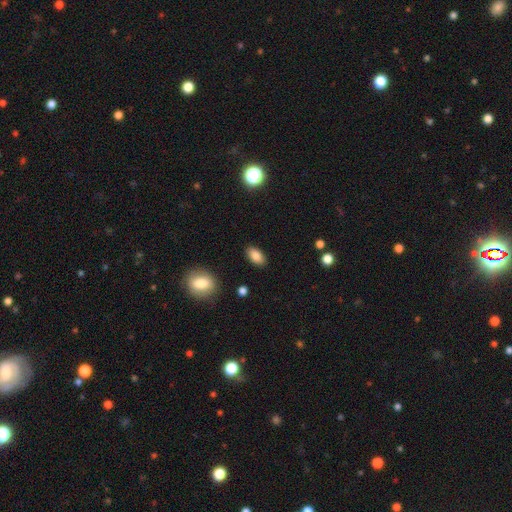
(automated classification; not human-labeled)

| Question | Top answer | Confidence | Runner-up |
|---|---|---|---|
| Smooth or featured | smooth | 85% | star or artifact (9%) |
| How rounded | in between | 92% | round (6%) |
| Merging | none | 88% | minor disturbance (8%) |